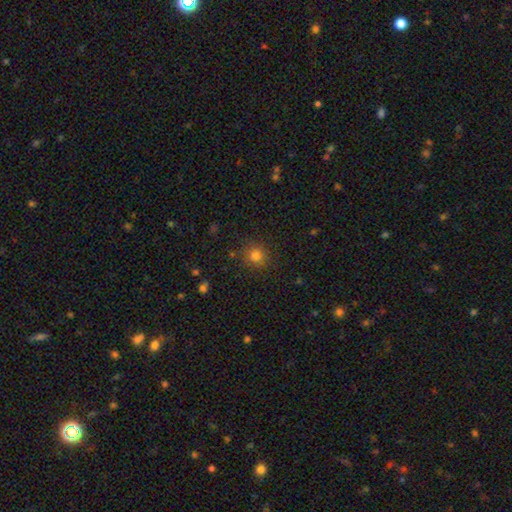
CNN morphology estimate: type=smooth (78%); roundness=round (89%); merging=none (86%).